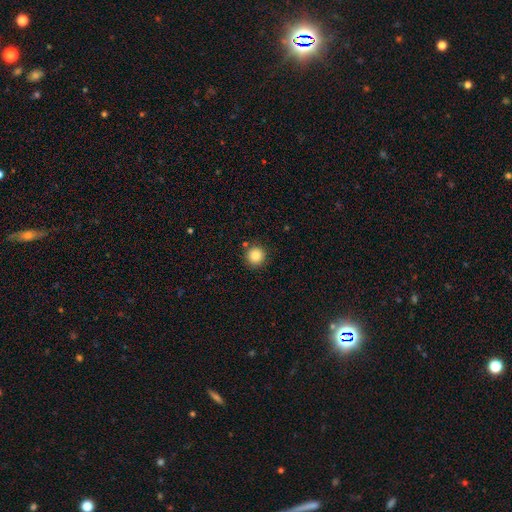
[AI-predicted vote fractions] The model was most divided on "smooth or featured": smooth: 85%, star or artifact: 10%, featured or disk: 5%. More confident: how rounded — round (95%); merging — none (88%).